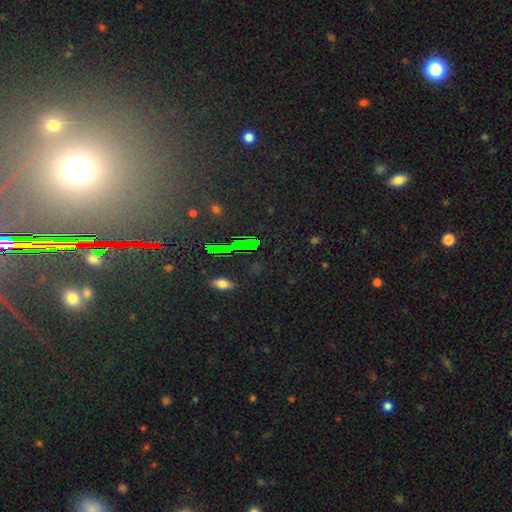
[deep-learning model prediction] smooth_or_featured: star or artifact (p=0.66) [alt: smooth p=0.20]